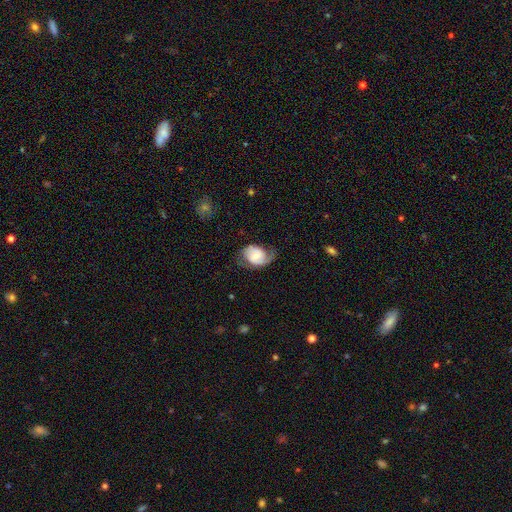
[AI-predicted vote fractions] Q: Smooth or featured?
A: featured or disk (60%); runner-up: smooth (33%)
Q: Edge-on disk?
A: no (97%); runner-up: yes (3%)
Q: Bar?
A: no (59%); runner-up: weak (33%)
Q: Spiral arms?
A: yes (89%); runner-up: no (11%)
Q: Spiral winding?
A: medium (39%); runner-up: loose (30%)
Q: Spiral arm count?
A: 2 (57%); runner-up: 1 (30%)
Q: Bulge size?
A: small (47%); runner-up: moderate (35%)
Q: Merging?
A: none (45%); runner-up: minor disturbance (31%)